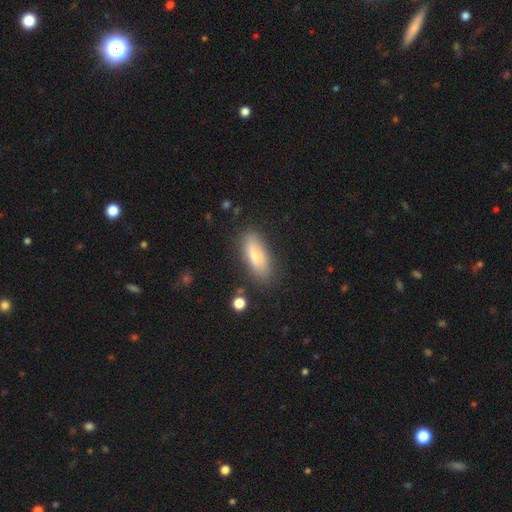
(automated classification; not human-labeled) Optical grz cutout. It shows a smooth galaxy with no disk features (73%) that is in between round and cigar-shaped (72%). Merging: none (77%).